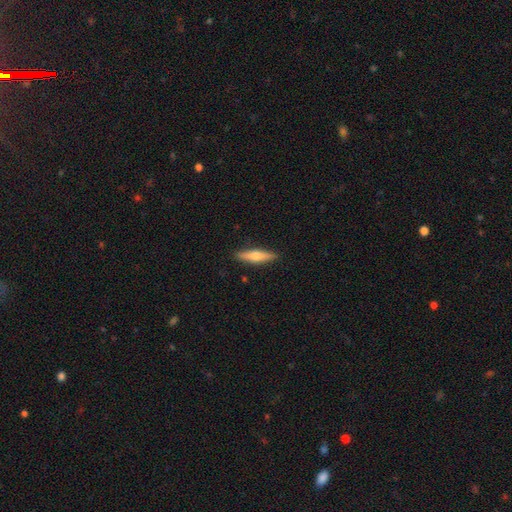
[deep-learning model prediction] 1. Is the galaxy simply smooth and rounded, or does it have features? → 48% smooth, 46% featured or disk, 6% star or artifact.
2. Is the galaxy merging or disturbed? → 90% none, 7% minor disturbance, 2% major disturbance, 1% merger.